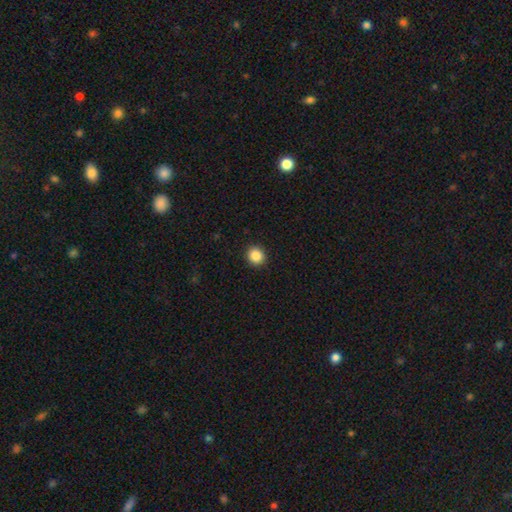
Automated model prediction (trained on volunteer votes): Q: Smooth or featured?
A: smooth (86%); runner-up: star or artifact (10%)
Q: How rounded?
A: round (87%); runner-up: in between (12%)
Q: Merging?
A: none (92%); runner-up: minor disturbance (6%)